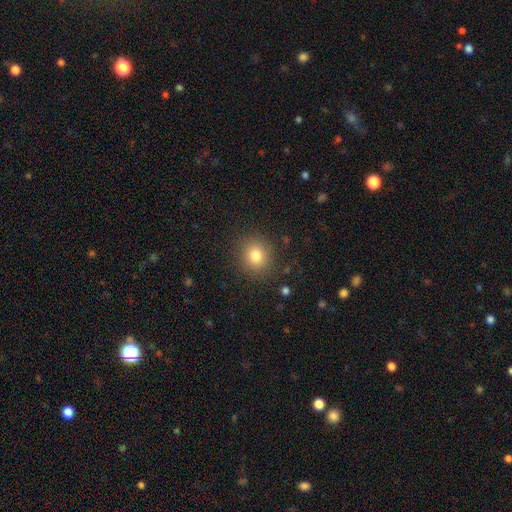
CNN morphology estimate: The model was most divided on "how rounded": round: 81%, in between: 18%, cigar-shaped: 1%. More confident: merging — none (87%); smooth or featured — smooth (80%).